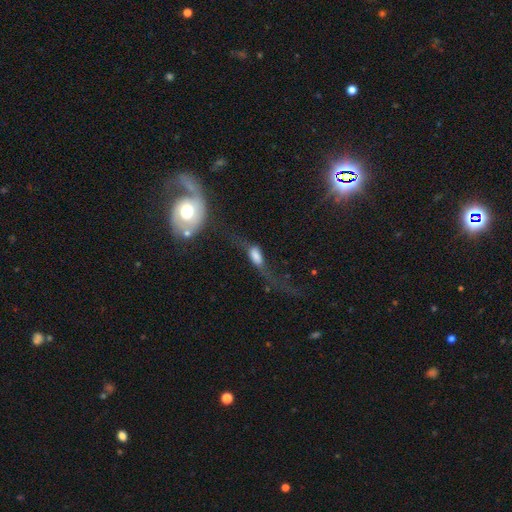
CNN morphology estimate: Smooth or featured: smooth — 53% (featured or disk — 36%)
How rounded: in between — 68% (cigar-shaped — 25%)
Merging: major disturbance — 49% (none — 22%)